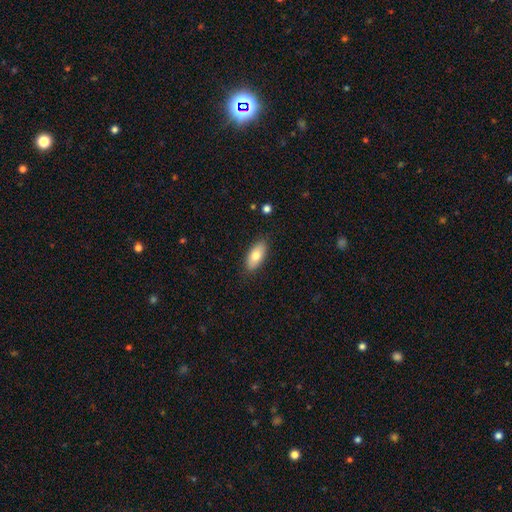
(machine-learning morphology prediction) The model was most divided on "smooth or featured": smooth: 74%, featured or disk: 19%, star or artifact: 6%. More confident: how rounded — in between (87%); merging — none (86%).